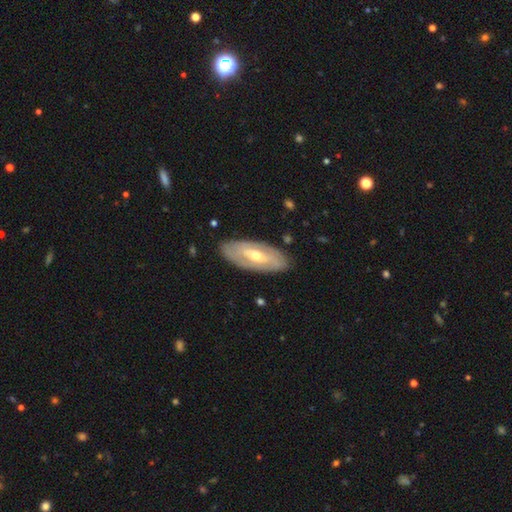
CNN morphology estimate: Smooth or featured: featured or disk — 68% (smooth — 27%)
Edge-on disk: no — 84% (yes — 16%)
Bar: weak — 38% (no — 37%)
Spiral arms: yes — 55% (no — 45%)
Bulge size: moderate — 59% (small — 37%)
Merging: none — 84% (minor disturbance — 12%)